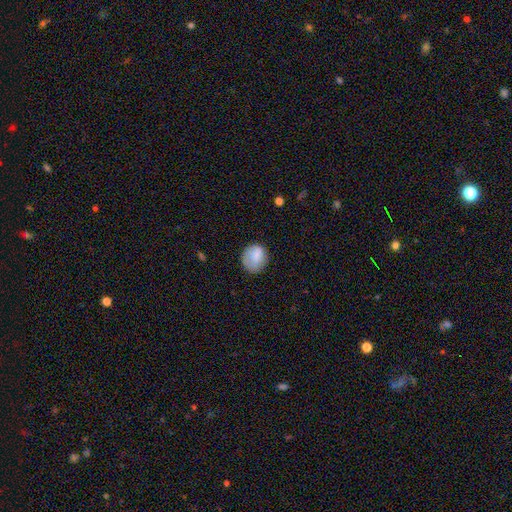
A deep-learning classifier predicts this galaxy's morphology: Smooth or featured? smooth (79%)
How rounded? round (65%)
Merging? none (70%)